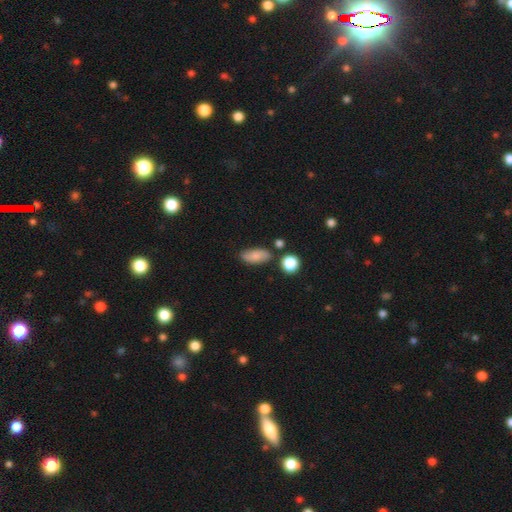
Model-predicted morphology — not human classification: Smooth or featured? smooth (80%)
How rounded? in between (86%)
Merging? none (75%)